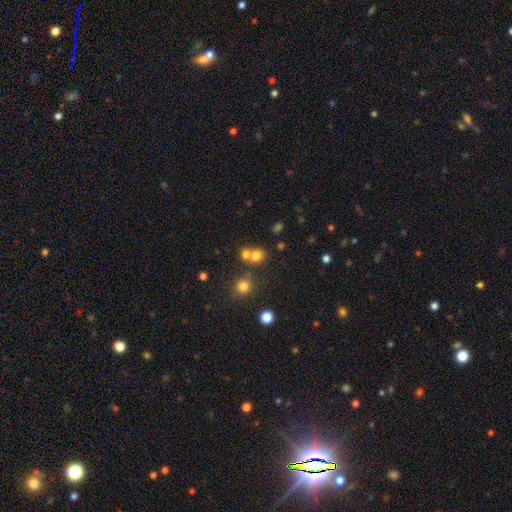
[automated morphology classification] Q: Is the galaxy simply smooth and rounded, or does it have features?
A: smooth — 74%.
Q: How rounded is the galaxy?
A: round — 76%.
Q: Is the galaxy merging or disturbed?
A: none — 48%.